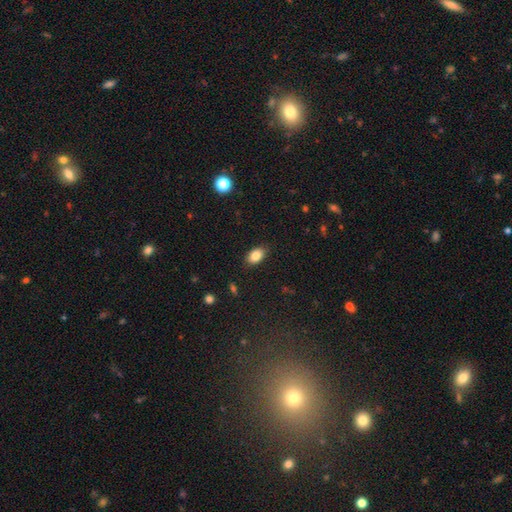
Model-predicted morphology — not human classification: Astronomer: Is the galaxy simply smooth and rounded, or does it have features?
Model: smooth — 84%.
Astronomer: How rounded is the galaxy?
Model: in between — 88%.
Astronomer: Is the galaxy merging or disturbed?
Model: none — 86%.